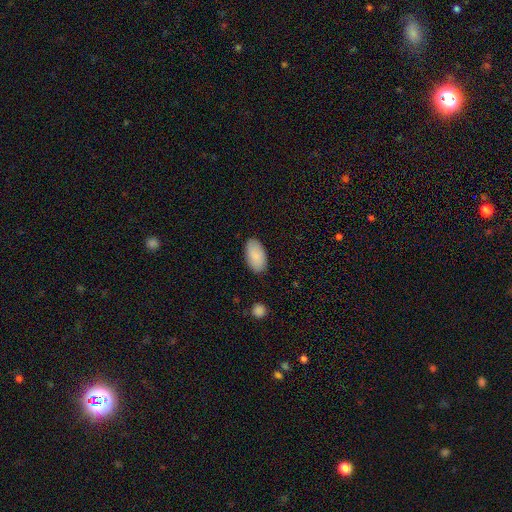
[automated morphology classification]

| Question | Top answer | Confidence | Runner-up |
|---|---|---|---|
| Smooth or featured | smooth | 88% | featured or disk (6%) |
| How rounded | in between | 95% | round (3%) |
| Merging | none | 86% | minor disturbance (11%) |